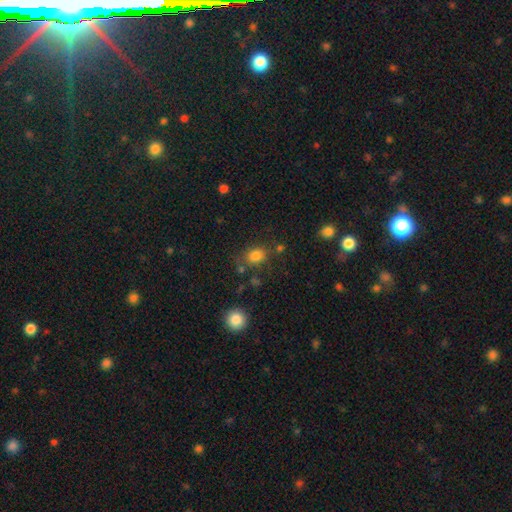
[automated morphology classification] A smooth galaxy with no disk features (81%) that is in between round and cigar-shaped (56%). Merging: none (69%).